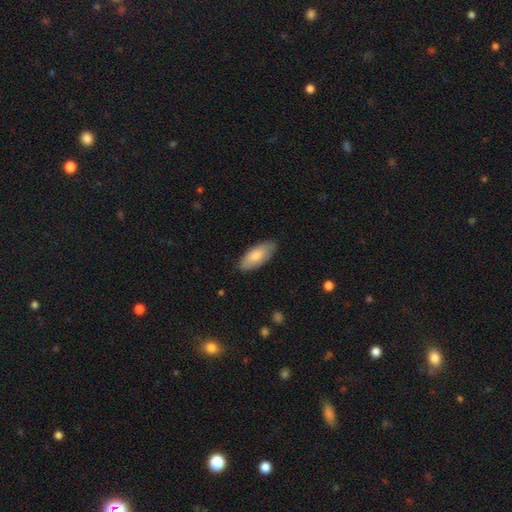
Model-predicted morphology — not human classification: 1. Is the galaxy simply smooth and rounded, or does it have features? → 78% smooth, 16% featured or disk, 5% star or artifact.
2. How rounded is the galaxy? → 88% in between, 10% cigar-shaped, 2% round.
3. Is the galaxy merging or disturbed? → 84% none, 13% minor disturbance, 2% major disturbance, 1% merger.